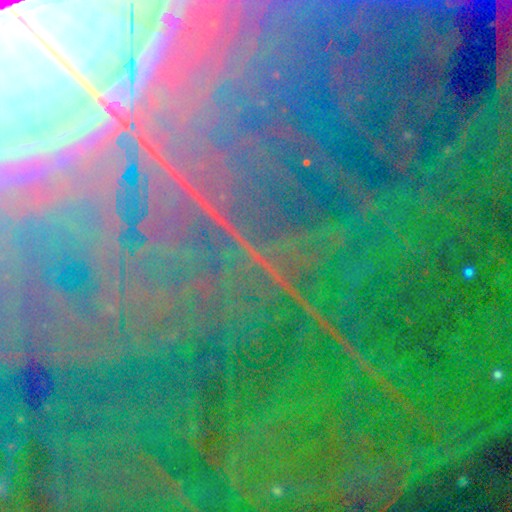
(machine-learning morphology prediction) This is clearly a star or artifact rather than a galaxy (88%).